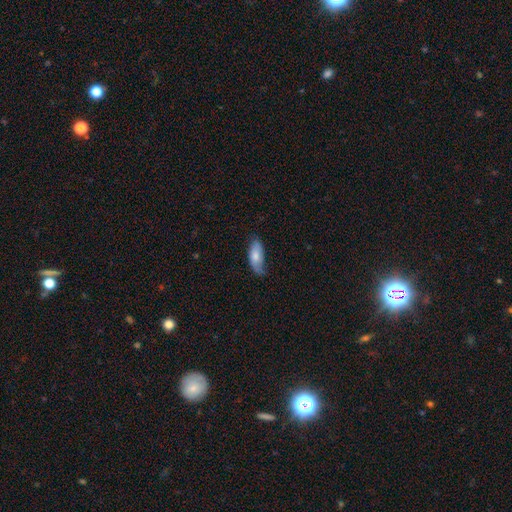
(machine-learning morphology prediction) This is likely a smooth galaxy (73%). How rounded: clearly in between (84%). Merging: likely none (62%).